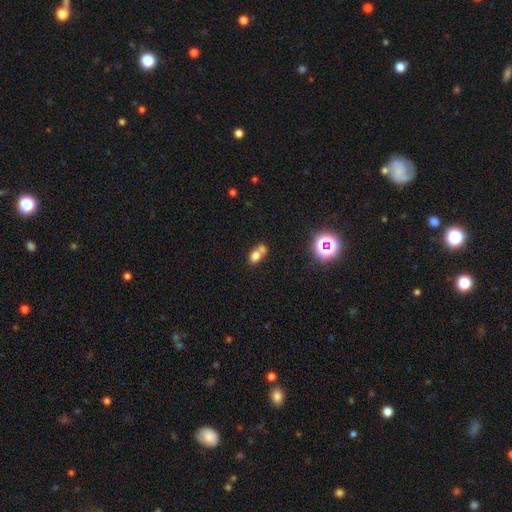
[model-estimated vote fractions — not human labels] Morphology: type=smooth (72%); roundness=in between (55%); merging=merger (56%).